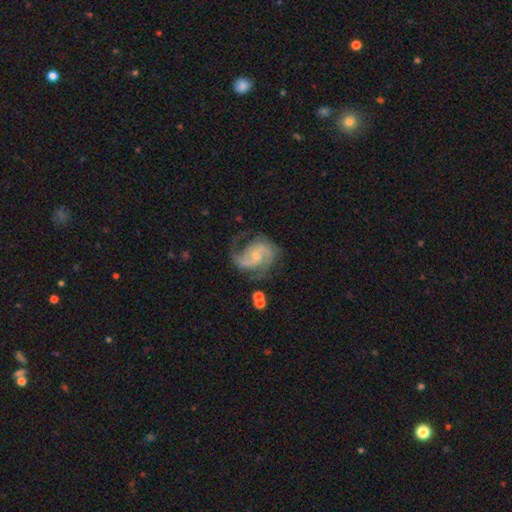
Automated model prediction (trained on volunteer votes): A featured or disk galaxy (89%) with no bar (58%), 2 (77%) medium (55%) spiral arms (97%) and a small central bulge (65%). Merging: none (63%).